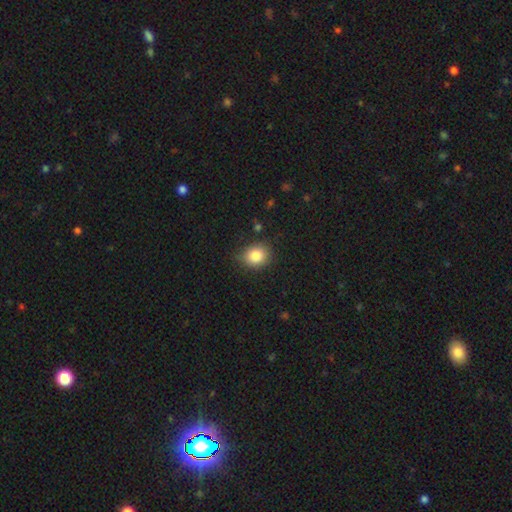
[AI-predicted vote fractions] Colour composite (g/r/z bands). It shows a smooth galaxy with no disk features (84%) that is round (65%). Merging: none (80%).